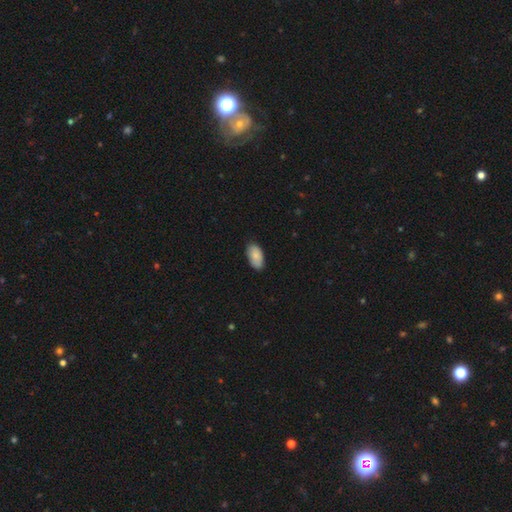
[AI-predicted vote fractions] A smooth galaxy with no disk features (86%) that is in between round and cigar-shaped (95%).

Vote fractions:
- Smooth or featured? smooth: 86% / featured or disk: 7% / star or artifact: 6%
- How rounded? in between: 95% / round: 3% / cigar-shaped: 2%
- Merging? none: 83% / minor disturbance: 14% / major disturbance: 2% / merger: 1%